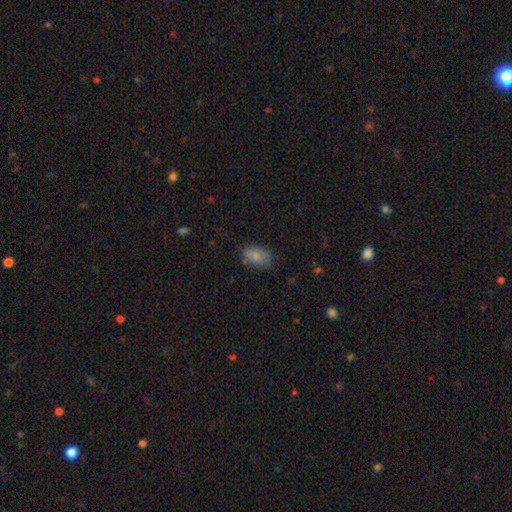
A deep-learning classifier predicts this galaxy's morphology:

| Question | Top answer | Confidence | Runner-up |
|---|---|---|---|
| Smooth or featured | smooth | 81% | featured or disk (10%) |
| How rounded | in between | 89% | round (9%) |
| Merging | none | 67% | minor disturbance (24%) |